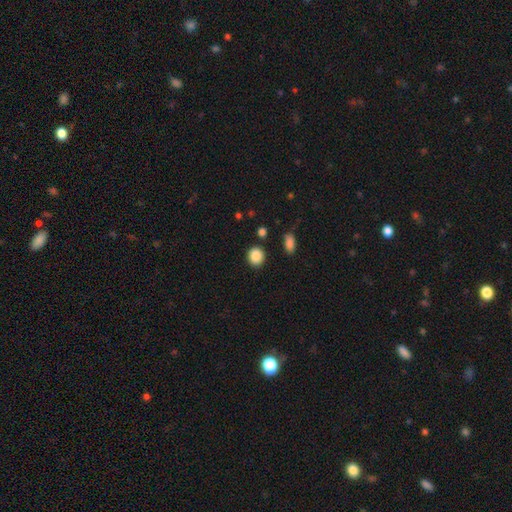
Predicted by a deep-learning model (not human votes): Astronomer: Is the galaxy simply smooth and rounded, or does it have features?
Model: smooth — 88%.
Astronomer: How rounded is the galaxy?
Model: round — 74%.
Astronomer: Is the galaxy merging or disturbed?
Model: none — 86%.